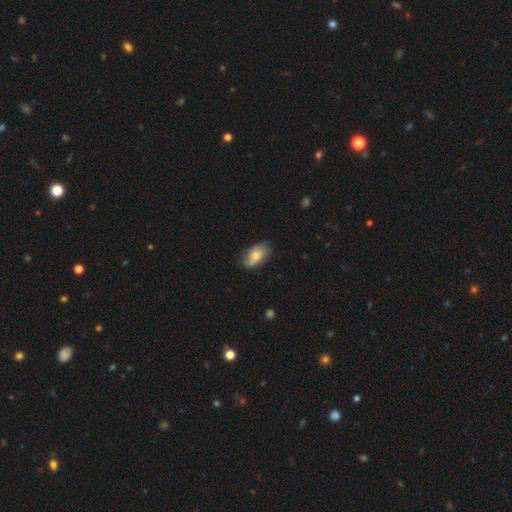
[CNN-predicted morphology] The model was most divided on "smooth or featured": smooth: 66%, featured or disk: 27%, star or artifact: 7%. More confident: how rounded — in between (92%); merging — none (72%).